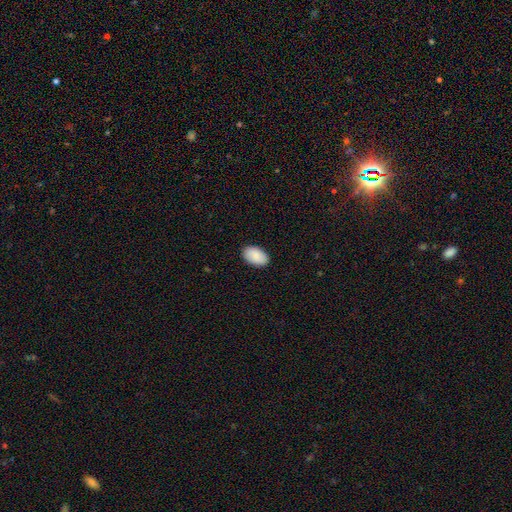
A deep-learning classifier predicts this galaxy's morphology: A smooth galaxy with no disk features (89%) that is in between round and cigar-shaped (93%). Merging: none (89%).